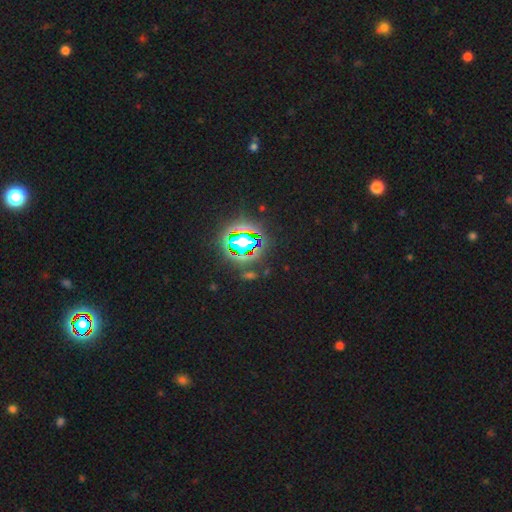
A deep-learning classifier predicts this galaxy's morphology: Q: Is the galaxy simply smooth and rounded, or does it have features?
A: star or artifact — 77%.